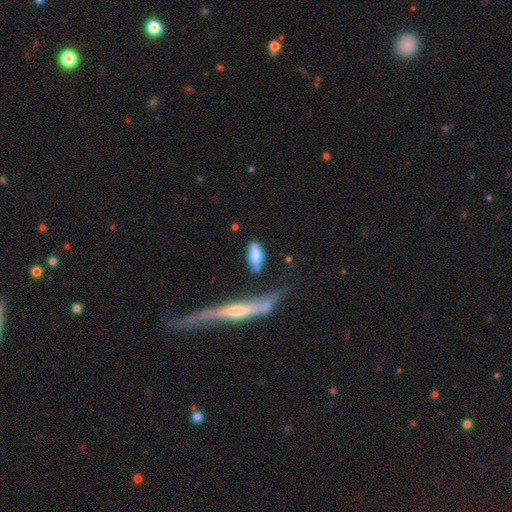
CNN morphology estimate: smooth-or-featured: smooth: 60% | featured or disk: 34% | star or artifact: 6%
  how-rounded: in between: 54% | cigar-shaped: 43% | round: 3%
  merging: none: 65% | minor disturbance: 20% | merger: 7% | major disturbance: 7%